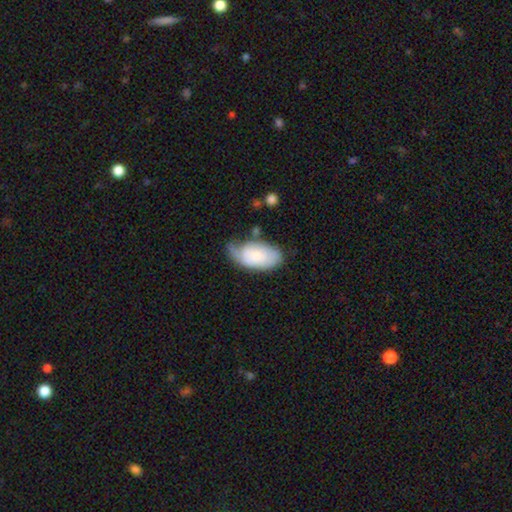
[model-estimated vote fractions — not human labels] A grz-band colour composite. It shows a smooth galaxy with no disk features (59%) that is in between round and cigar-shaped (94%). Merging: none (41%).